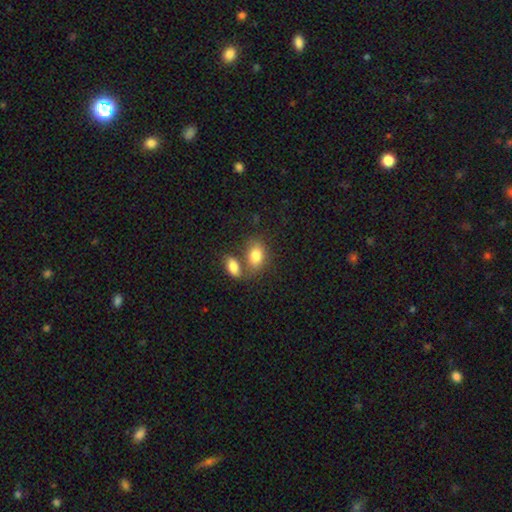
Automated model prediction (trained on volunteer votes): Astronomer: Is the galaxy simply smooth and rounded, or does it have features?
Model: smooth — 82%.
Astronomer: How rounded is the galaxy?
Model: in between — 84%.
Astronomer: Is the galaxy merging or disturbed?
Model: none — 42% (runner-up: merger, 41%).